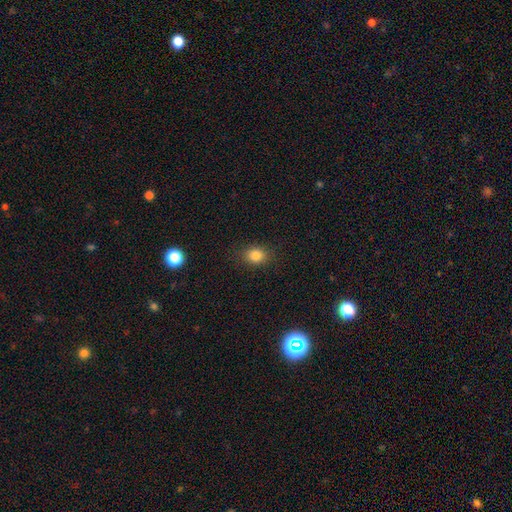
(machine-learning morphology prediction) A smooth galaxy with no disk features (82%) that is round (62%).

Vote fractions:
- Smooth or featured? smooth: 82% / star or artifact: 12% / featured or disk: 6%
- How rounded? round: 62% / in between: 37% / cigar-shaped: 1%
- Merging? none: 88% / minor disturbance: 9% / major disturbance: 3% / merger: 1%